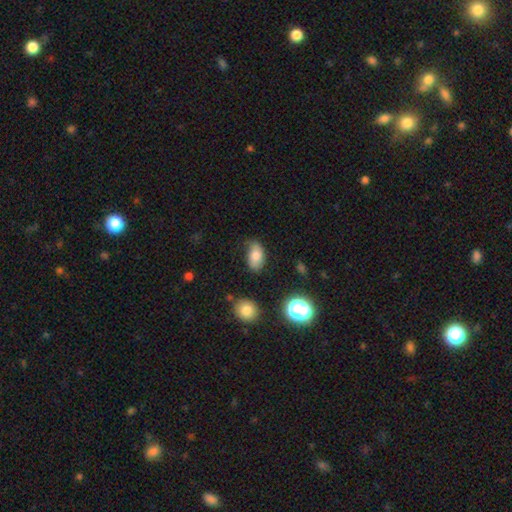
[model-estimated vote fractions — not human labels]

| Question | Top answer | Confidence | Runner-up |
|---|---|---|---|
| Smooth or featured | smooth | 76% | featured or disk (13%) |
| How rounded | in between | 90% | round (8%) |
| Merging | none | 68% | minor disturbance (24%) |